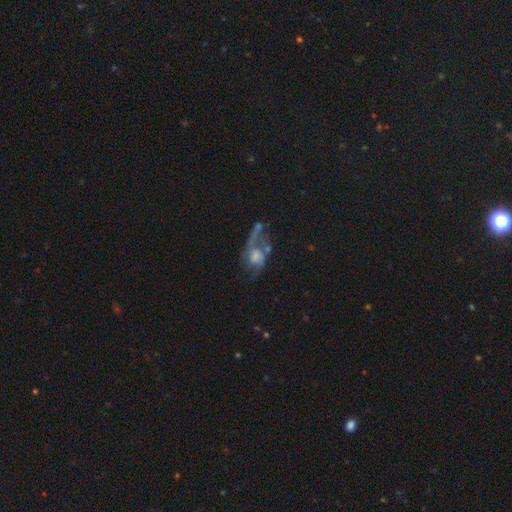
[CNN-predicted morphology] The model was most divided on "merging": major disturbance: 38%, none: 31%, minor disturbance: 16%, merger: 14%. Remaining: edge-on disk — no (93%); bar — no (74%); spiral arms — yes (67%); smooth or featured — featured or disk (66%); bulge size — moderate (39%).